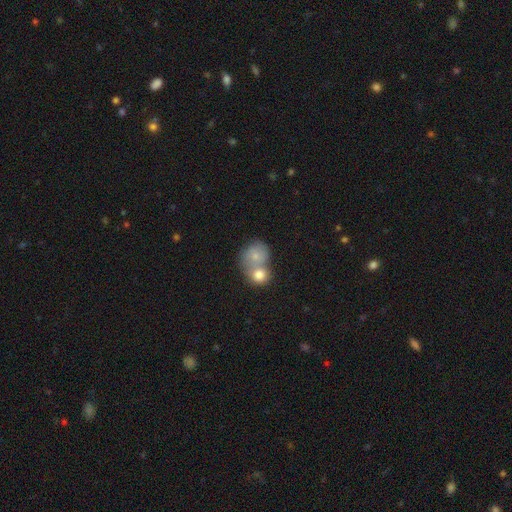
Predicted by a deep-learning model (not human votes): A smooth galaxy with no disk features (73%) that is round (73%). Merging: merger (65%).